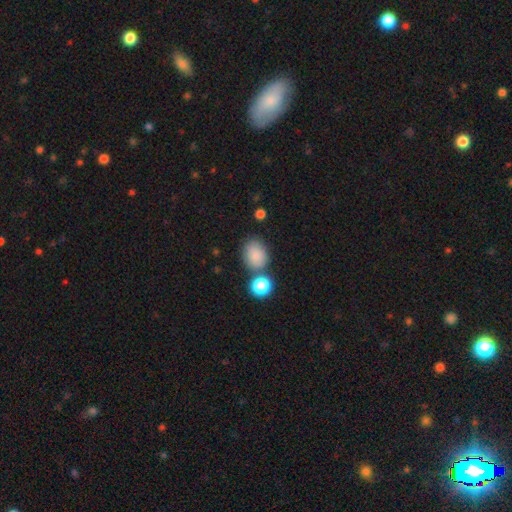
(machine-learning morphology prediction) smooth-or-featured: smooth: 82% | star or artifact: 11% | featured or disk: 7%
  how-rounded: in between: 58% | round: 41% | cigar-shaped: 1%
  merging: none: 68% | minor disturbance: 15% | merger: 12% | major disturbance: 5%